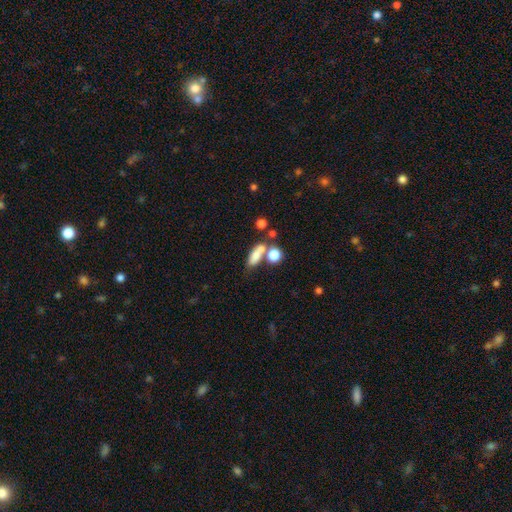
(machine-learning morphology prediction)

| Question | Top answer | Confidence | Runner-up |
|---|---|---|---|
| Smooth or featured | smooth | 72% | featured or disk (15%) |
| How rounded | in between | 64% | round (19%) |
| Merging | none | 43% | merger (36%) |